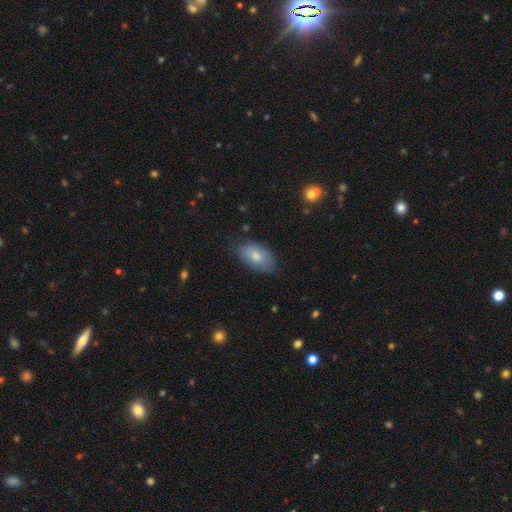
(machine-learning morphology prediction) type=smooth (75%); roundness=in between (92%); merging=none (71%).